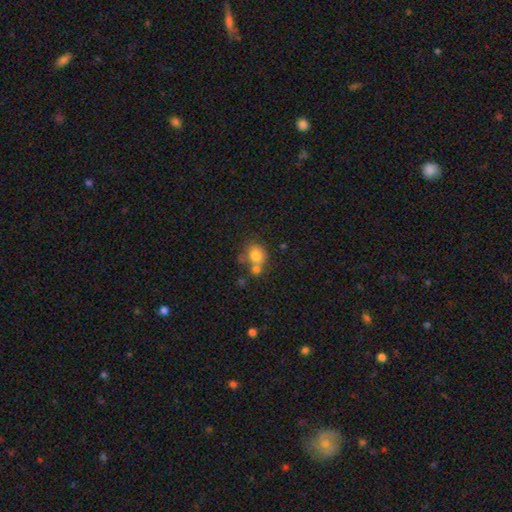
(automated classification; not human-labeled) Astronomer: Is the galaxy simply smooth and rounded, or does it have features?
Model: smooth — 76%.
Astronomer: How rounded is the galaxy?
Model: round — 72%.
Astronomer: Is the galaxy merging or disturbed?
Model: none — 42% (runner-up: merger, 40%).